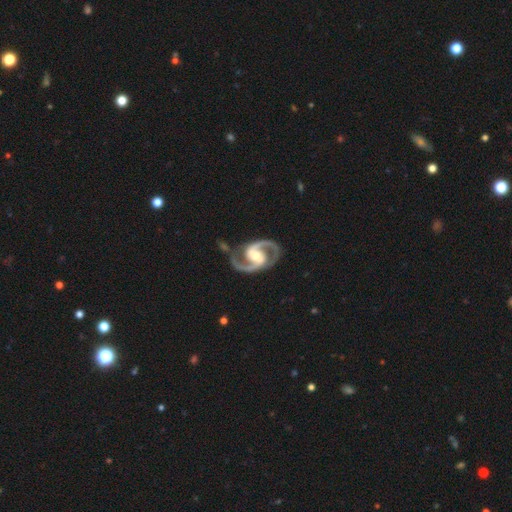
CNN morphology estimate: Smooth or featured?
  - featured or disk: 95% *
  - star or artifact: 3%
  - smooth: 2%
Edge-on disk?
  - no: 98% *
  - yes: 2%
Bar?
  - weak: 40% *
  - strong: 37%
  - no: 24%
Spiral arms?
  - yes: 99% *
  - no: 1%
Spiral winding?
  - medium: 67% *
  - tight: 20%
  - loose: 13%
Spiral arm count?
  - 2: 94% *
  - 3: 1%
  - can't tell: 1%
  - 1: 1%
  - 4: 1%
  - more than 4: 1%
Bulge size?
  - moderate: 66% *
  - small: 24%
  - large: 7%
  - none: 1%
  - dominant: 1%
Merging?
  - none: 78% *
  - minor disturbance: 14%
  - major disturbance: 5%
  - merger: 3%